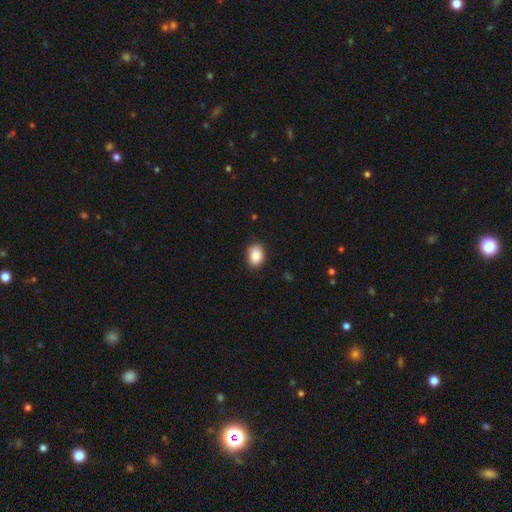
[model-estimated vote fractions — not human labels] Overall: smooth (88%). How rounded: in between (73%). Merging: none (84%).